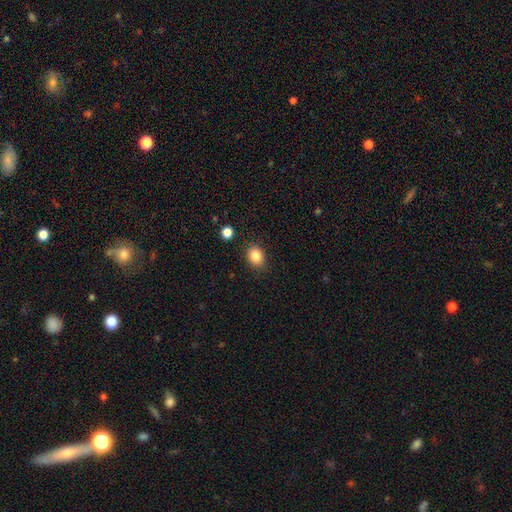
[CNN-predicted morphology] Smooth or featured?
  - smooth: 86% *
  - star or artifact: 10%
  - featured or disk: 4%
How rounded?
  - round: 51% *
  - in between: 48%
  - cigar-shaped: 1%
Merging?
  - none: 84% *
  - minor disturbance: 11%
  - major disturbance: 3%
  - merger: 2%